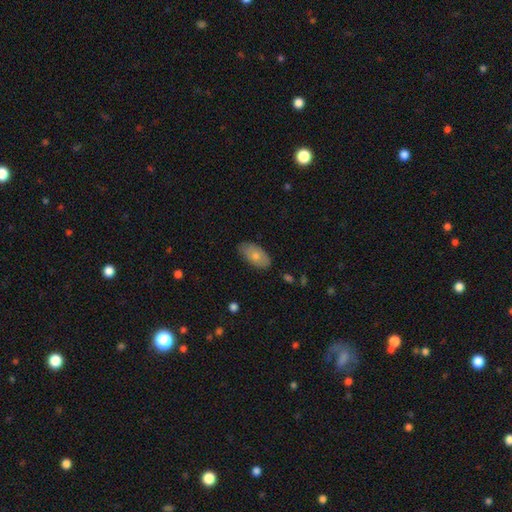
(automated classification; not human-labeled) Q: Smooth or featured?
A: smooth (74%); runner-up: featured or disk (20%)
Q: How rounded?
A: in between (93%); runner-up: round (4%)
Q: Merging?
A: none (75%); runner-up: minor disturbance (20%)